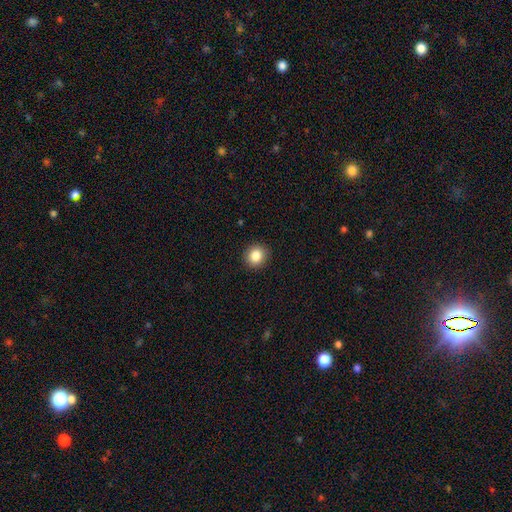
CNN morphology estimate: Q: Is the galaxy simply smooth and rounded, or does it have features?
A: smooth — 85%.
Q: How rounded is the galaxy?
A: round — 88%.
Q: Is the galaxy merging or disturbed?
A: none — 92%.